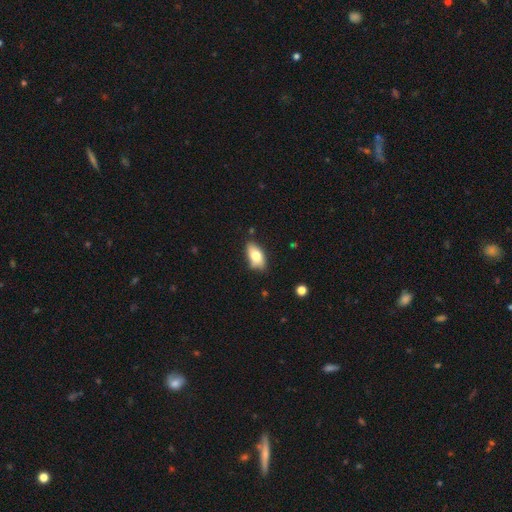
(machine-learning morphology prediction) type=smooth (74%); roundness=in between (90%); merging=none (71%).